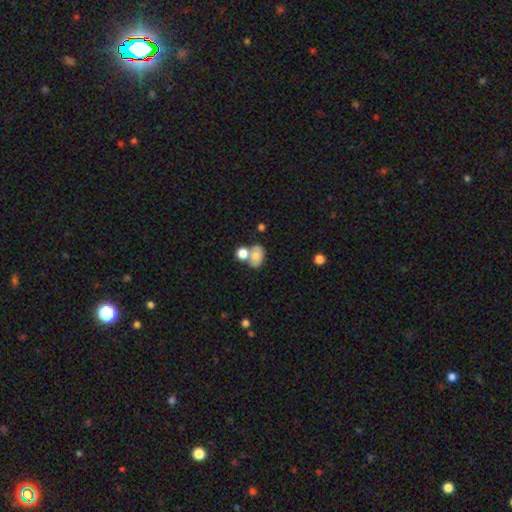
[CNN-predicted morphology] smooth 69%, featured or disk 21%, star or artifact 10%. Down the decision tree: how rounded — in between (70%); merging — merger (43%).